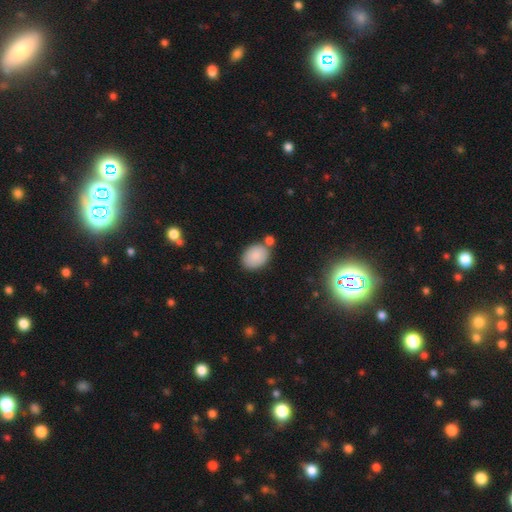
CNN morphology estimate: This appears to be a smooth galaxy with no disk features (86%) that is in between round and cigar-shaped (74%). Merging: none (70%).